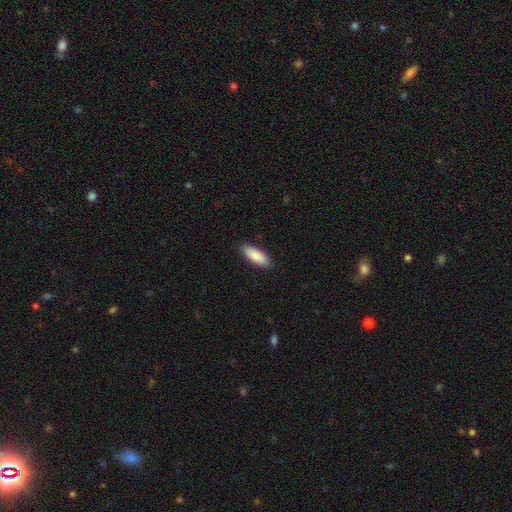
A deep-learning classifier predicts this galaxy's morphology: A smooth galaxy with no disk features (87%) that is in between round and cigar-shaped (70%). Merging: none (89%).